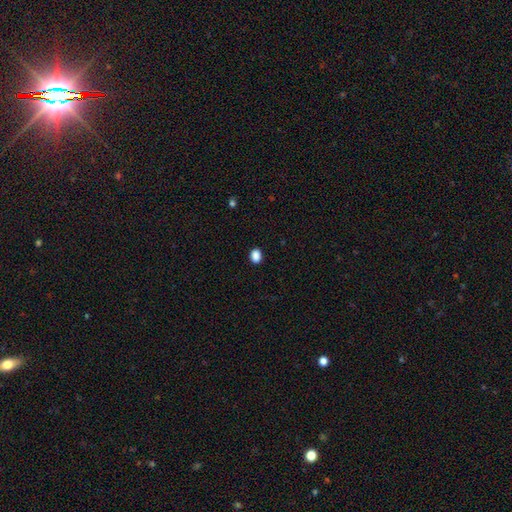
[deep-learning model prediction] A smooth galaxy with no disk features (88%) that is in between round and cigar-shaped (60%). Merging: none (90%).